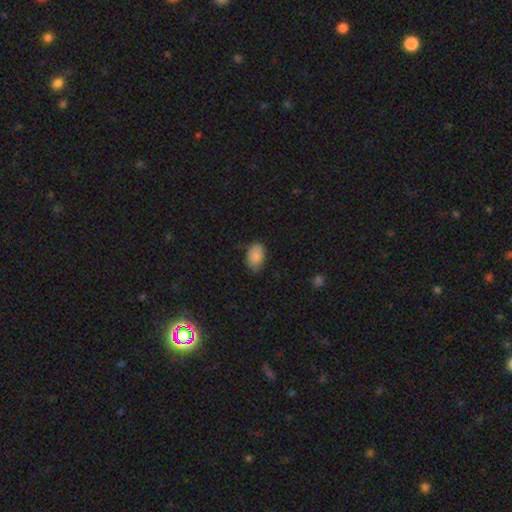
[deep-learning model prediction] Overall: smooth (88%). How rounded: in between (89%). Merging: none (74%).